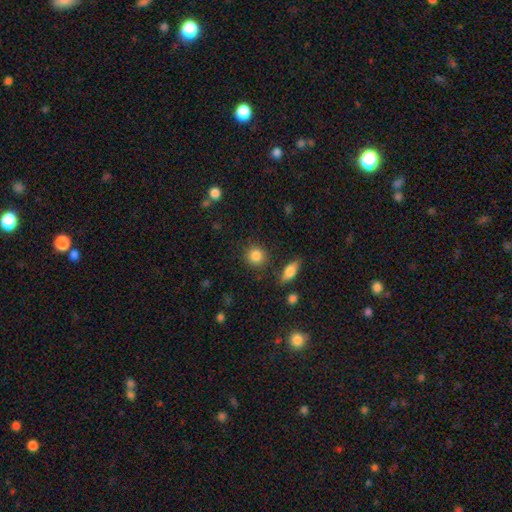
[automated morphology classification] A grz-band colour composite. It shows a smooth galaxy with no disk features (86%) that is round (86%). Merging: none (86%).